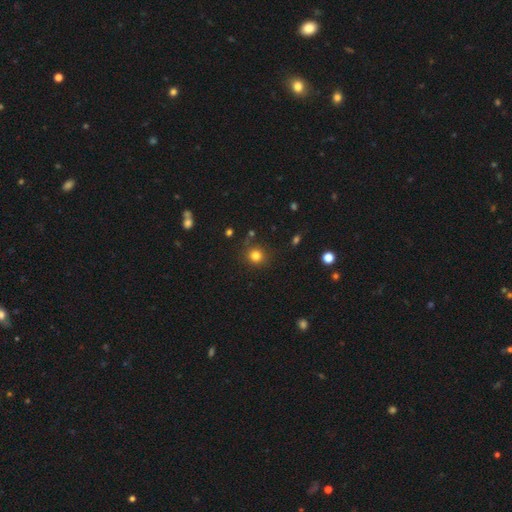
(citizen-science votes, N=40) A smooth galaxy with no disk features (90%) that is round (86%). Merging: none (92%).